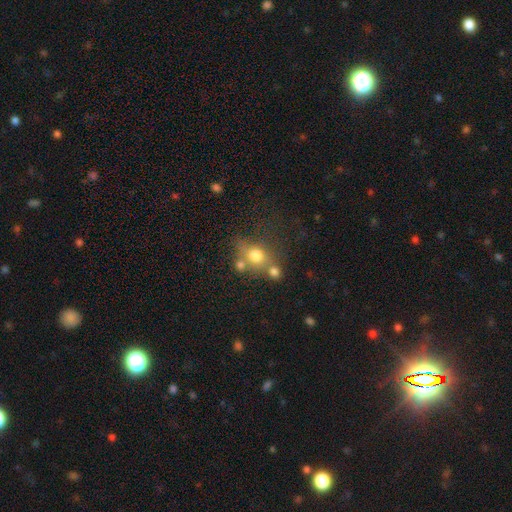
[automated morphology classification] smooth 70%, featured or disk 15%, star or artifact 15%. Down the decision tree: how rounded — round (72%); merging — none (46%).